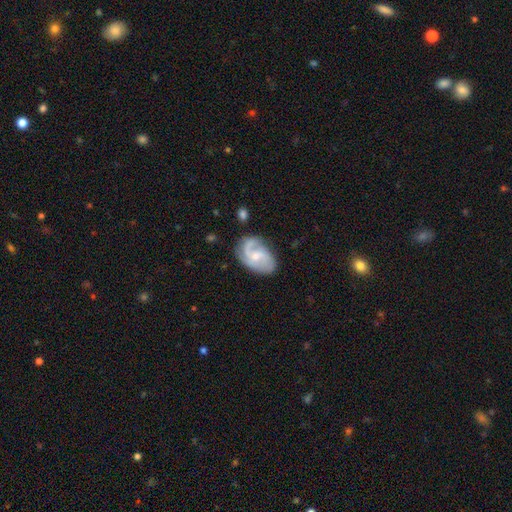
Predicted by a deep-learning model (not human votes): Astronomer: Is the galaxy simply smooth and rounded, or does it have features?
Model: featured or disk — 79%.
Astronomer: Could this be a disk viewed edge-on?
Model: no — 98%.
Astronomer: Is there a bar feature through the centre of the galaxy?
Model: no — 51% (runner-up: weak, 43%).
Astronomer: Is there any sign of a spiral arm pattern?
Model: yes — 95%.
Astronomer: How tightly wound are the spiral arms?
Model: medium — 48% (runner-up: loose, 26%).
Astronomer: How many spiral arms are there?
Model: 2 — 53%.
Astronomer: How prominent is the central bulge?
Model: small — 53% (runner-up: moderate, 39%).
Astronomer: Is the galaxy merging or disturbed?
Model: none — 62%.